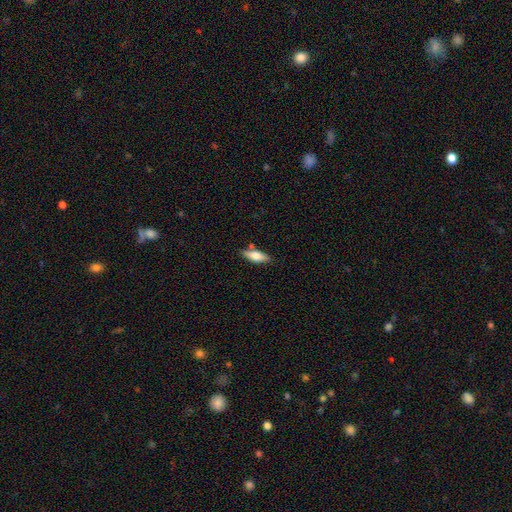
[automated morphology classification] Smooth or featured?
  - smooth: 68% *
  - featured or disk: 25%
  - star or artifact: 6%
How rounded?
  - in between: 65% *
  - cigar-shaped: 32%
  - round: 2%
Merging?
  - none: 78% *
  - minor disturbance: 13%
  - merger: 6%
  - major disturbance: 3%